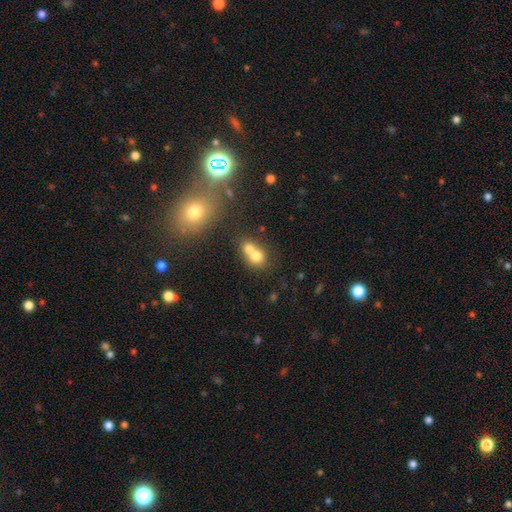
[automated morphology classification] The model was most divided on "how rounded": round: 67%, in between: 31%, cigar-shaped: 1%. More confident: smooth or featured — smooth (71%); merging — merger (64%).